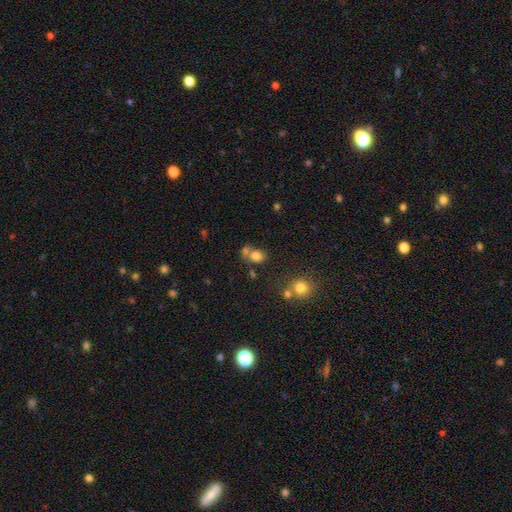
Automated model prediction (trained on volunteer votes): Smooth or featured: smooth — 77% (star or artifact — 13%)
How rounded: round — 55% (in between — 44%)
Merging: none — 47% (merger — 36%)